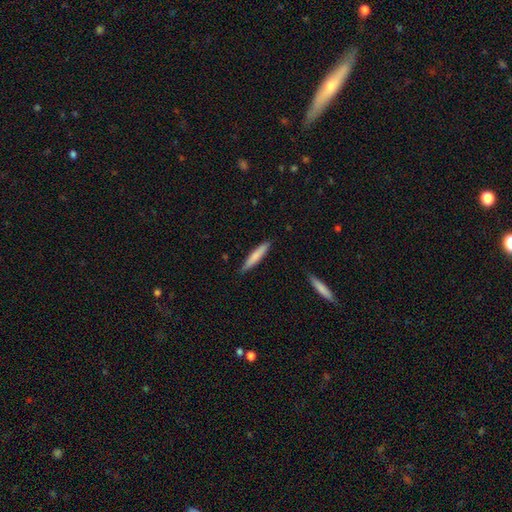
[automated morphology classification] Smooth or featured? Predicted: smooth (p=0.76). How rounded? Predicted: cigar-shaped (p=0.91). Merging? Predicted: none (p=0.88).